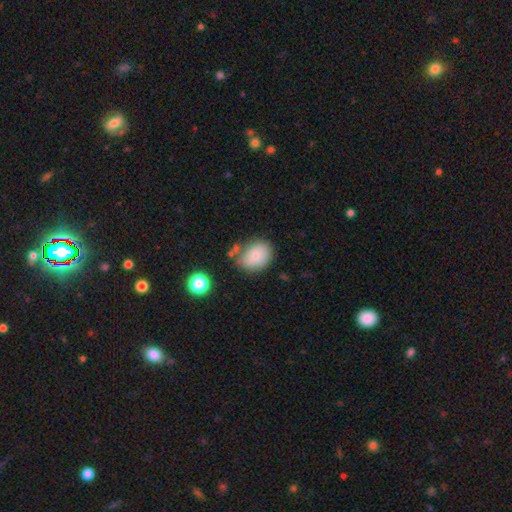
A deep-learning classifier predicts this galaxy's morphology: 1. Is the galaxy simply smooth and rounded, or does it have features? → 78% smooth, 12% featured or disk, 9% star or artifact.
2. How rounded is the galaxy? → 62% in between, 37% round, 1% cigar-shaped.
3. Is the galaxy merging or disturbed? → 66% none, 21% minor disturbance, 7% merger, 6% major disturbance.